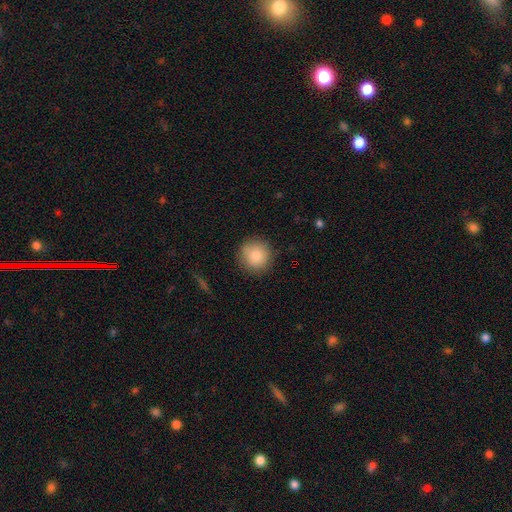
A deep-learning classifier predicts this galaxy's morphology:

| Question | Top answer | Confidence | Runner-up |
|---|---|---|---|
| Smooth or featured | smooth | 86% | star or artifact (8%) |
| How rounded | round | 94% | in between (5%) |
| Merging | none | 87% | minor disturbance (9%) |